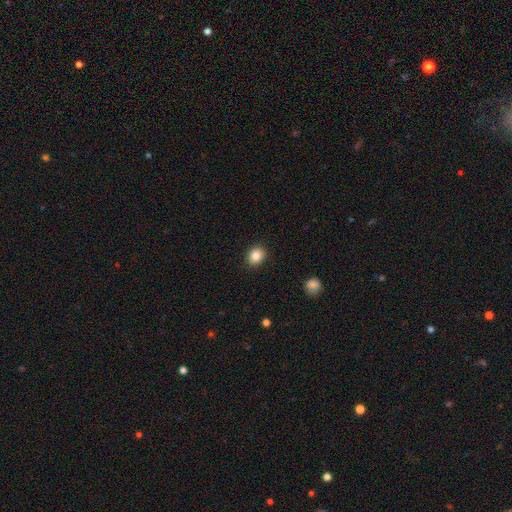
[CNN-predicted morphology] Q: Smooth or featured?
A: smooth (85%); runner-up: star or artifact (10%)
Q: How rounded?
A: round (59%); runner-up: in between (40%)
Q: Merging?
A: none (90%); runner-up: minor disturbance (7%)